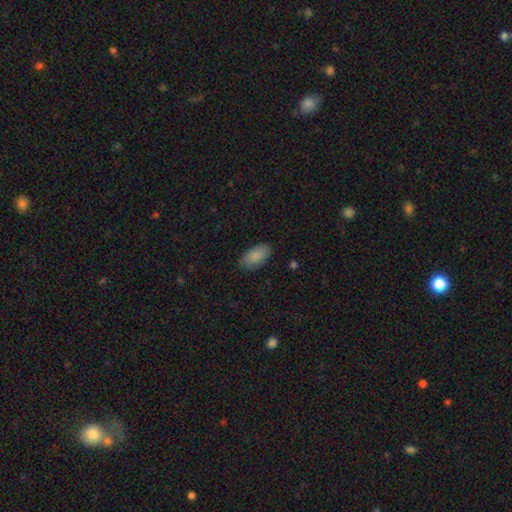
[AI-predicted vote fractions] smooth 88%, star or artifact 6%, featured or disk 6%. Down the decision tree: how rounded — in between (93%); merging — none (84%).